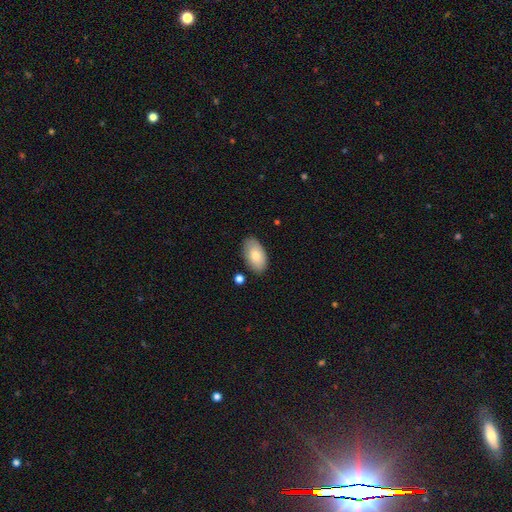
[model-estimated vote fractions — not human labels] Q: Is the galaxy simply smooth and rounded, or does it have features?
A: smooth — 80%.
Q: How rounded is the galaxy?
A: in between — 95%.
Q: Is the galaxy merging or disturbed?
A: none — 82%.